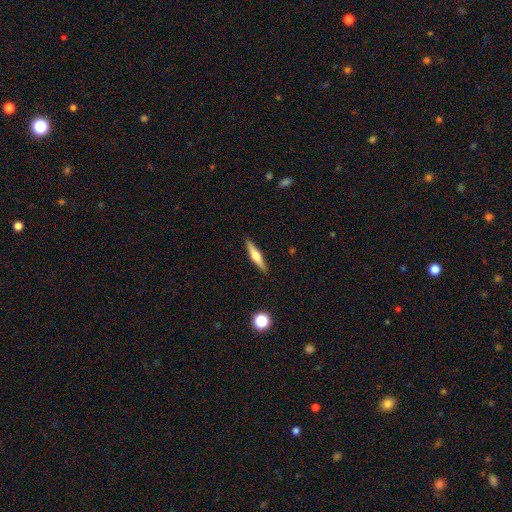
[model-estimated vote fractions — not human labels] The model was most divided on "smooth or featured": featured or disk: 55%, smooth: 39%, star or artifact: 6%. More confident: edge-on disk — yes (96%); merging — none (90%); edge-on bulge — rounded (89%).